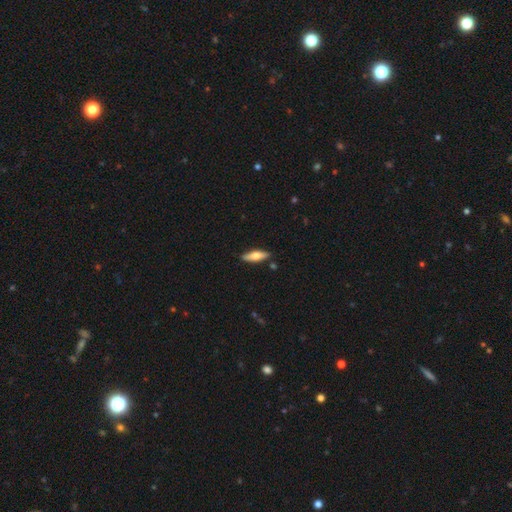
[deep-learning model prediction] Morphology: type=smooth (59%); roundness=cigar-shaped (53%); merging=none (87%).